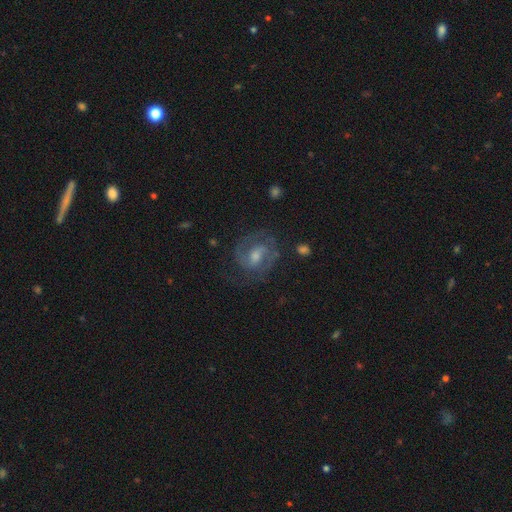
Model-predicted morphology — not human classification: Overall: featured or disk (81%). Edge-on disk: no (97%). Bar: weak (54%; no 27%). Spiral arms: yes (94%). Spiral arm count: 2 (82%). Spiral winding: medium (50%; tight 38%). Bulge size: moderate (51%; small 32%). Merging: none (75%).